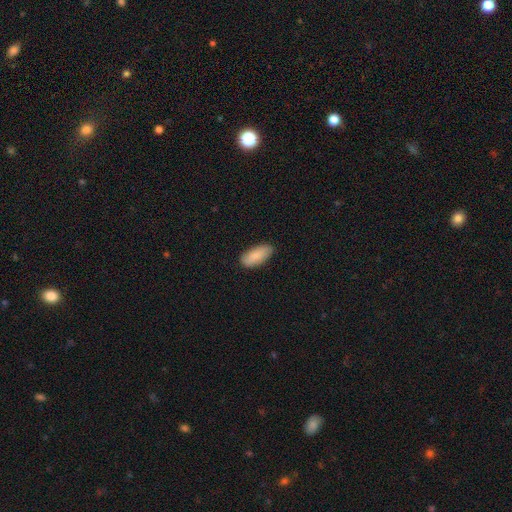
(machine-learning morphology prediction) A smooth galaxy with no disk features (88%) that is in between round and cigar-shaped (86%).

Vote fractions:
- Smooth or featured? smooth: 88% / featured or disk: 7% / star or artifact: 6%
- How rounded? in between: 86% / cigar-shaped: 12% / round: 2%
- Merging? none: 85% / minor disturbance: 12% / major disturbance: 2% / merger: 1%